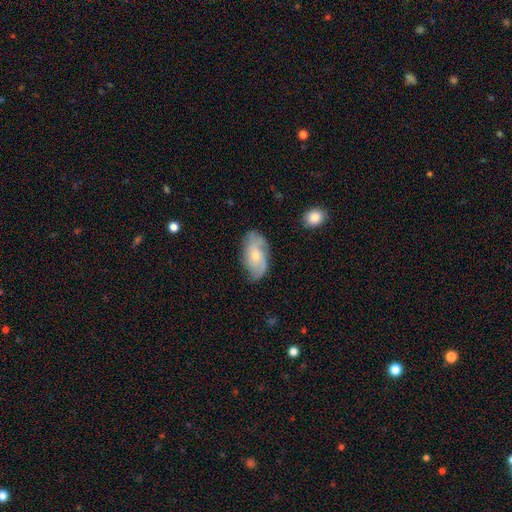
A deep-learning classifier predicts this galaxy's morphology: This is possibly a featured or disk galaxy (59%). It is clearly not viewed edge-on (95%). Bar: likely no (72%). Spiral arm pattern: clearly yes (88%). Central bulge: possibly small (58%). Merging: likely none (71%).